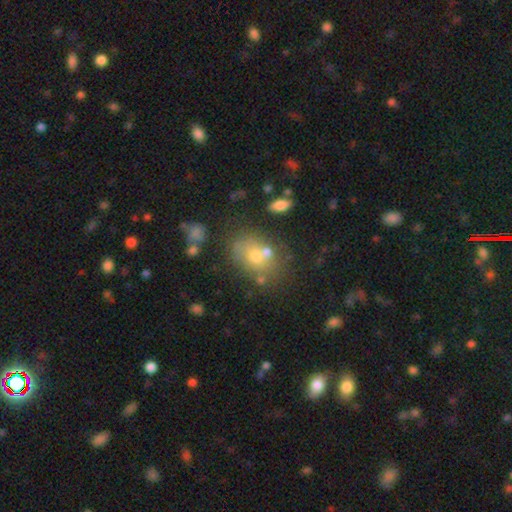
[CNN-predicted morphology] Overall: smooth (63%; featured or disk 23%). How rounded: in between (60%; round 39%). Merging: none (52%; merger 25%).